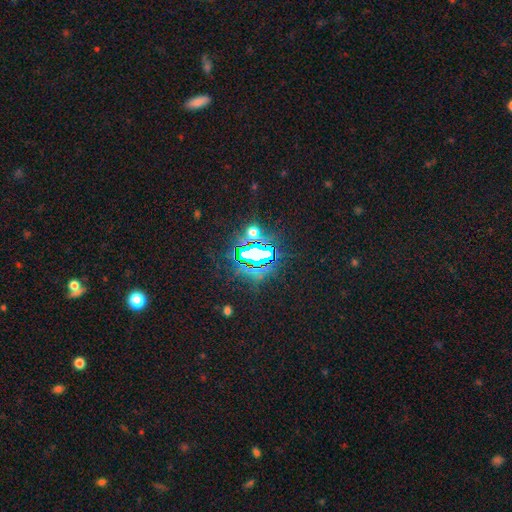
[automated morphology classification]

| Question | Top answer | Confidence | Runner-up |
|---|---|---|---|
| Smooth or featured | star or artifact | 79% | smooth (12%) |